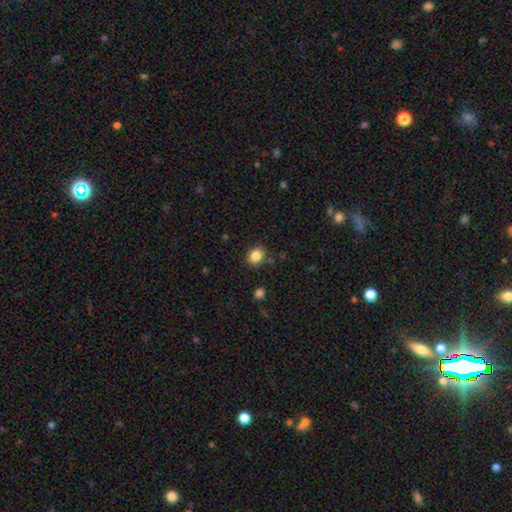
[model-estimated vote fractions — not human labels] A smooth galaxy with no disk features (84%) that is round (63%). Merging: none (82%).